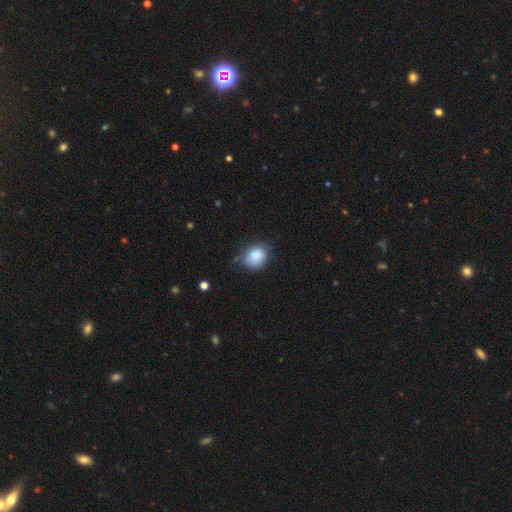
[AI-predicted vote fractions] smooth-or-featured: smooth: 83% | featured or disk: 9% | star or artifact: 8%
  how-rounded: round: 65% | in between: 34% | cigar-shaped: 1%
  merging: none: 49% | minor disturbance: 37% | major disturbance: 10% | merger: 3%